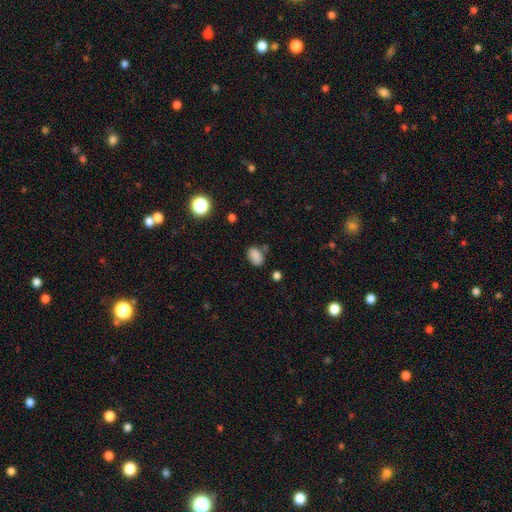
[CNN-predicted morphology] Smooth or featured?
  - smooth: 85% *
  - star or artifact: 10%
  - featured or disk: 5%
How rounded?
  - in between: 84% *
  - round: 15%
  - cigar-shaped: 1%
Merging?
  - none: 72% *
  - minor disturbance: 17%
  - merger: 6%
  - major disturbance: 4%